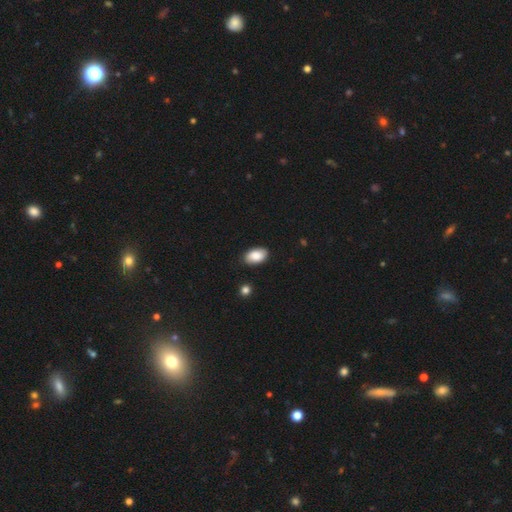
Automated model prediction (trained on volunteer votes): This is clearly a smooth galaxy (84%). How rounded: clearly in between (94%). Merging: clearly none (85%).